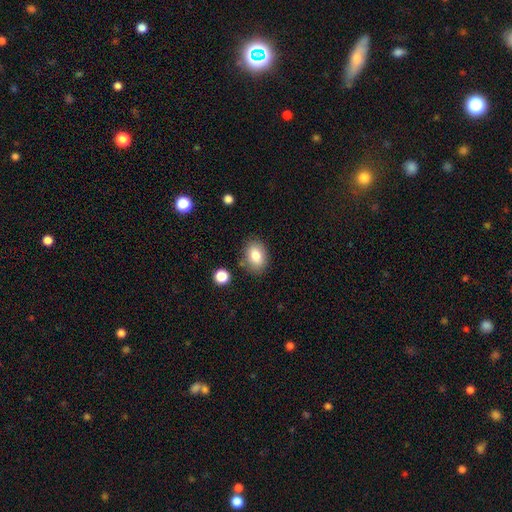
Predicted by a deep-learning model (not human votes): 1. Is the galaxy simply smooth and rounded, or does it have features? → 82% smooth, 10% featured or disk, 9% star or artifact.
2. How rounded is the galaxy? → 78% in between, 21% round, 1% cigar-shaped.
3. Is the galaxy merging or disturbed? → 82% none, 12% minor disturbance, 4% merger, 3% major disturbance.